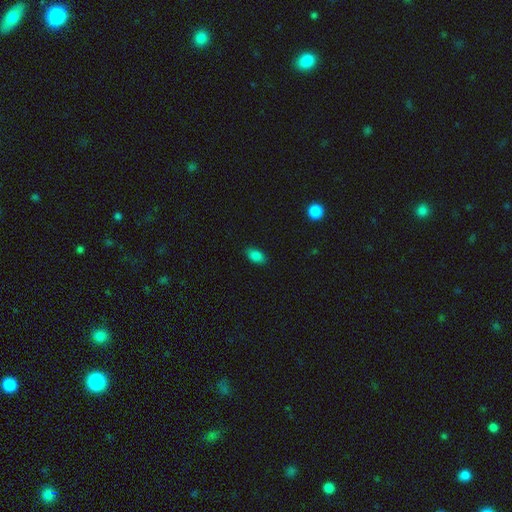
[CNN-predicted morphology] A smooth galaxy with no disk features (85%) that is in between round and cigar-shaped (91%). Merging: none (86%).